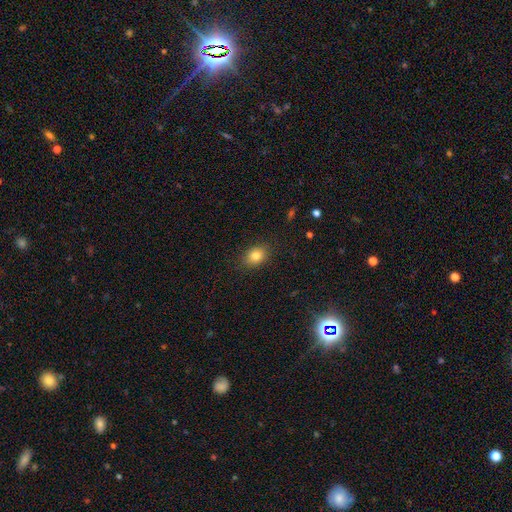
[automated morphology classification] Smooth or featured? Predicted: smooth (p=0.83). How rounded? Predicted: in between (p=0.56). Merging? Predicted: none (p=0.86).